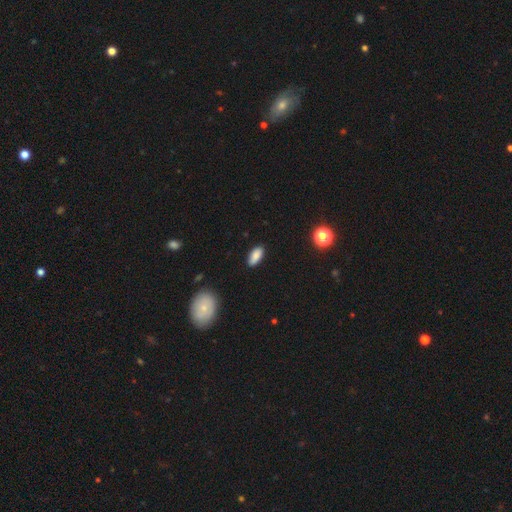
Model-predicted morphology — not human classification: A smooth galaxy with no disk features (85%) that is in between round and cigar-shaped (86%).

Vote fractions:
- Smooth or featured? smooth: 85% / star or artifact: 8% / featured or disk: 7%
- How rounded? in between: 86% / cigar-shaped: 12% / round: 3%
- Merging? none: 87% / minor disturbance: 10% / major disturbance: 2% / merger: 1%